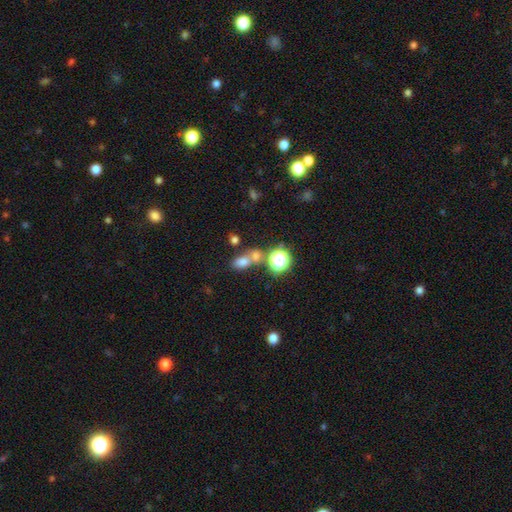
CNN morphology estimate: Smooth or featured? smooth (64%)
How rounded? in between (57%)
Merging? none (43%)